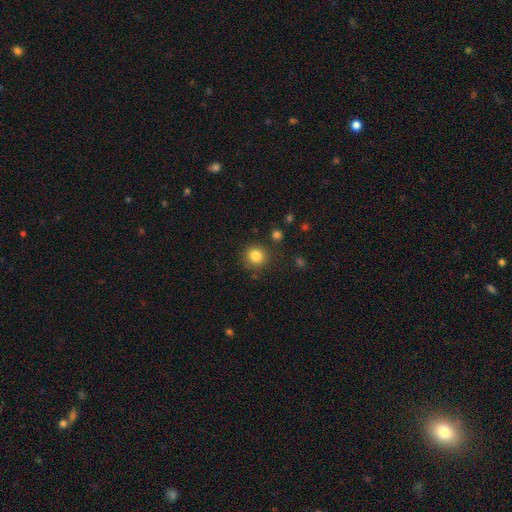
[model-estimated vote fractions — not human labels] Smooth or featured? Predicted: smooth (p=0.83). How rounded? Predicted: round (p=0.89). Merging? Predicted: none (p=0.86).